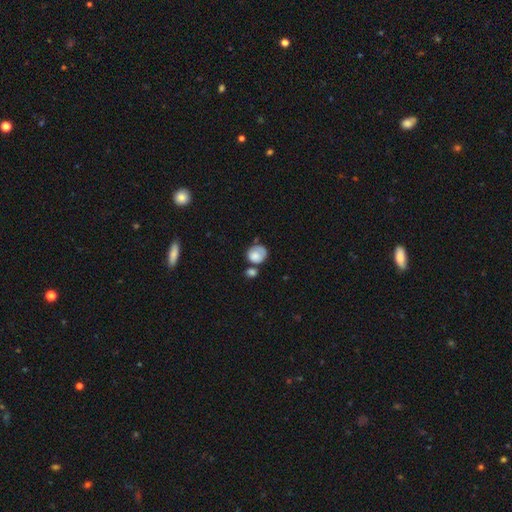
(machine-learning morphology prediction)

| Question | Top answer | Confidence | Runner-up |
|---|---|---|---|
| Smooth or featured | smooth | 77% | featured or disk (15%) |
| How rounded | round | 71% | in between (28%) |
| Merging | none | 44% | merger (25%) |